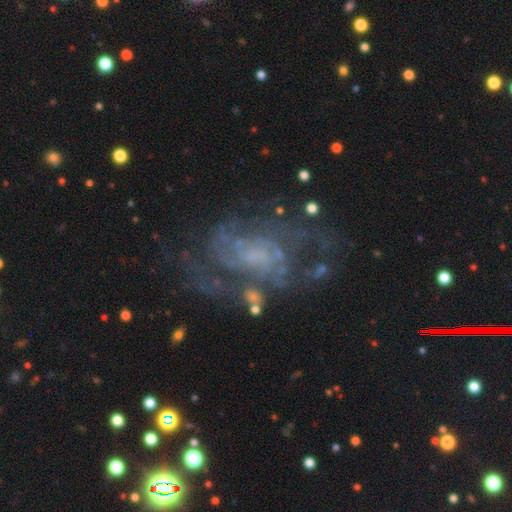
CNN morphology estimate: Smooth or featured? Predicted: featured or disk (p=0.83). Edge-on disk? Predicted: no (p=0.97). Bar? Predicted: no (p=0.60). Spiral arms? Predicted: yes (p=0.88). Spiral winding? Predicted: medium (p=0.44). Spiral arm count? Predicted: can't tell (p=0.36). Bulge size? Predicted: none (p=0.42). Merging? Predicted: none (p=0.58).